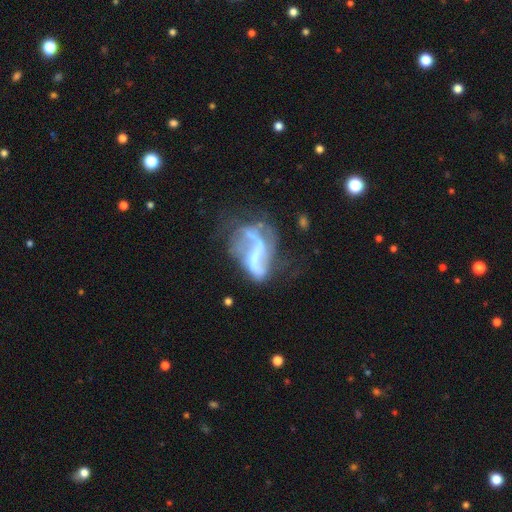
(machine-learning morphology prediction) Smooth or featured: featured or disk — 79% (smooth — 12%)
Edge-on disk: no — 97% (yes — 3%)
Bar: weak — 42% (no — 31%)
Spiral arms: yes — 80% (no — 20%)
Spiral winding: loose — 75% (medium — 20%)
Spiral arm count: 2 — 75% (can't tell — 10%)
Bulge size: small — 48% (none — 25%)
Merging: major disturbance — 34% (none — 33%)